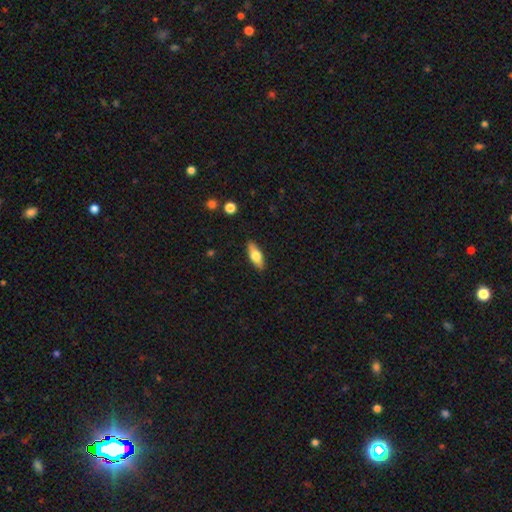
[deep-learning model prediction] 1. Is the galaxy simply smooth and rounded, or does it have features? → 63% smooth, 30% featured or disk, 6% star or artifact.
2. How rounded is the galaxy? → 71% in between, 26% cigar-shaped, 3% round.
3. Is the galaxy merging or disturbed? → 88% none, 9% minor disturbance, 2% major disturbance, 1% merger.